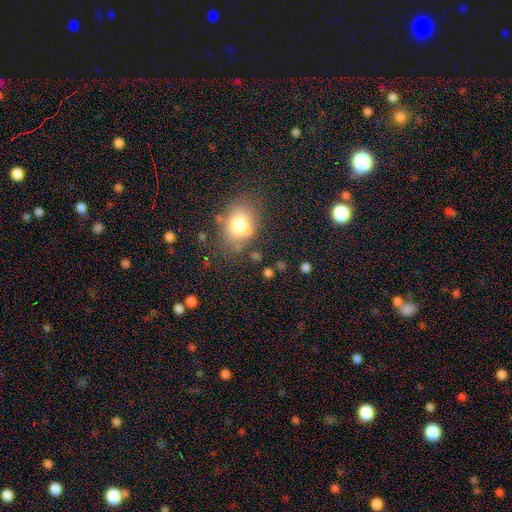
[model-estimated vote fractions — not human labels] This appears to be a smooth galaxy with no disk features (72%) that is in between round and cigar-shaped (53%). Merging: none (74%).